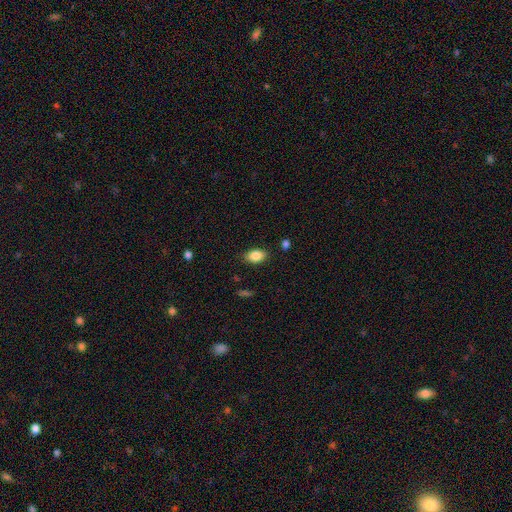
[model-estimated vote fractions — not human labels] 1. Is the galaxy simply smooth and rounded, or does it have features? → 86% smooth, 8% star or artifact, 6% featured or disk.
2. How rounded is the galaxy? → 88% in between, 10% round, 2% cigar-shaped.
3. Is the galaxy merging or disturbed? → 84% none, 11% minor disturbance, 3% major disturbance, 2% merger.